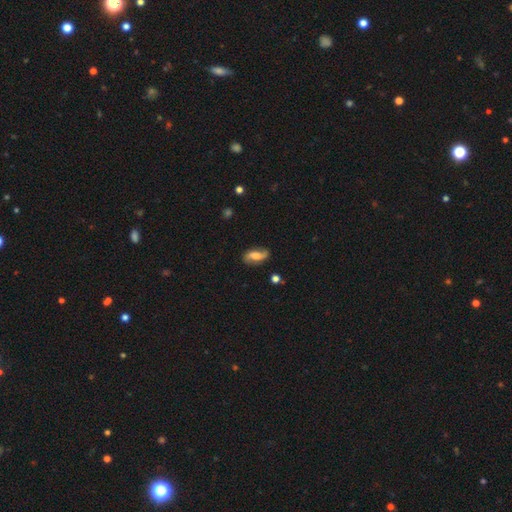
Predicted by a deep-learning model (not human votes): This is likely a featured or disk galaxy (62%). It is clearly not viewed edge-on (92%). Bar: marginally no (43%). Spiral arm pattern: clearly yes (91%). Spiral arm count: clearly 2 (90%). Spiral winding: likely loose (66%). Central bulge: marginally moderate (44%). Merging: likely none (77%).